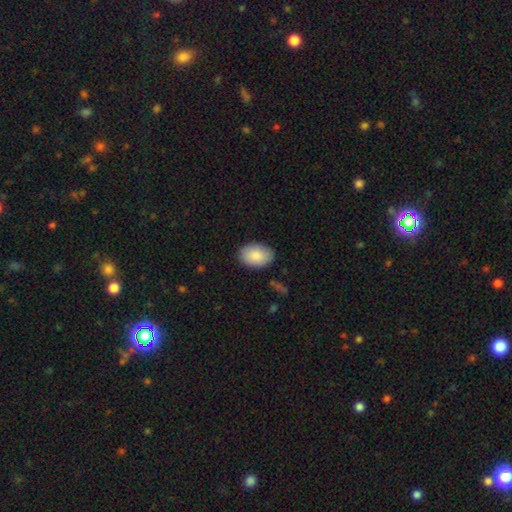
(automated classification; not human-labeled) A smooth galaxy with no disk features (87%) that is in between round and cigar-shaped (86%).

Vote fractions:
- Smooth or featured? smooth: 87% / featured or disk: 7% / star or artifact: 6%
- How rounded? in between: 86% / round: 13% / cigar-shaped: 1%
- Merging? none: 87% / minor disturbance: 10% / major disturbance: 2% / merger: 1%